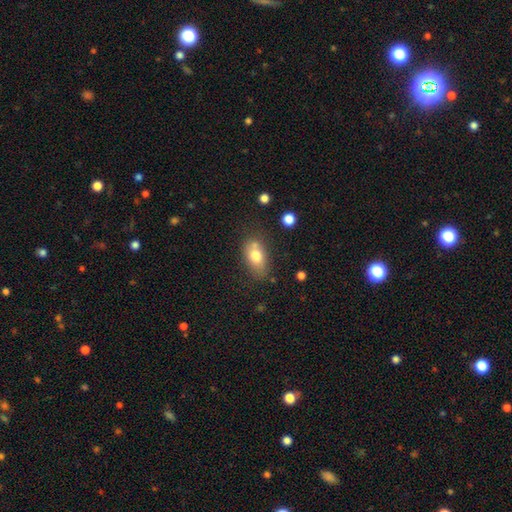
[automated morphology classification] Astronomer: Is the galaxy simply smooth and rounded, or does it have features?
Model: smooth — 74%.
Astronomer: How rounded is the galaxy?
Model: in between — 83%.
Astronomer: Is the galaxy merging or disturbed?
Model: none — 62%.